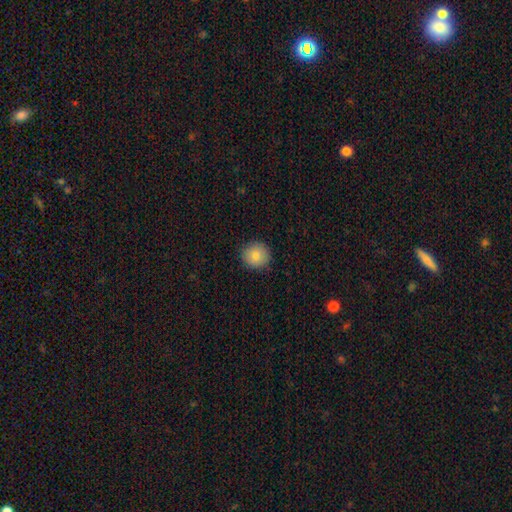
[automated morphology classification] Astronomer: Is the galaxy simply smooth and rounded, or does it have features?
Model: smooth — 84%.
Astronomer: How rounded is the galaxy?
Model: round — 89%.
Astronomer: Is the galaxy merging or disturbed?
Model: none — 90%.